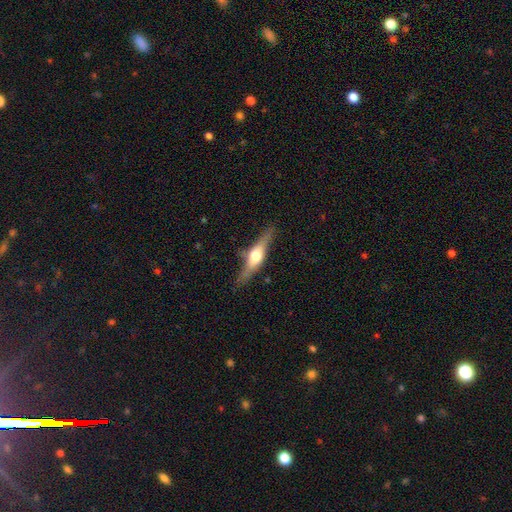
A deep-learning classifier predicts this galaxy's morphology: A featured or disk galaxy (70%) viewed edge-on (96%) with a rounded central bulge (93%). Merging: none (82%).